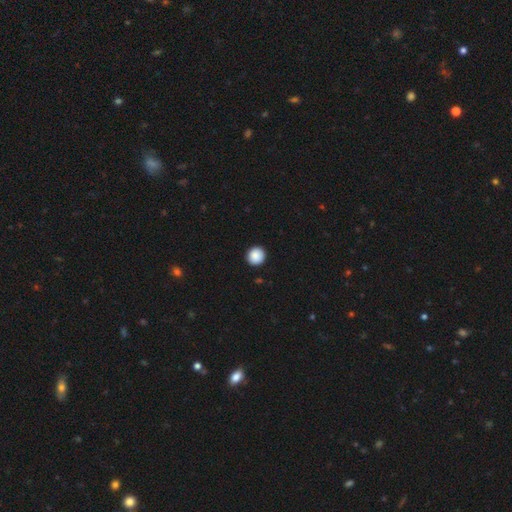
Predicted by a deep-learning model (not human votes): smooth 89%, star or artifact 8%, featured or disk 3%. Down the decision tree: how rounded — round (94%); merging — none (92%).